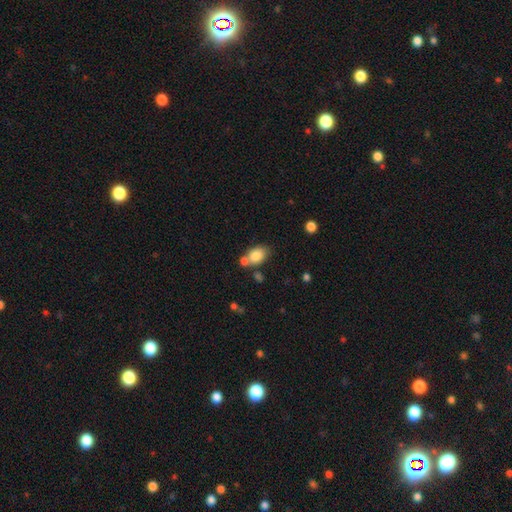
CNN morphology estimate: Smooth or featured?
  - smooth: 82% *
  - featured or disk: 10%
  - star or artifact: 8%
How rounded?
  - in between: 79% *
  - round: 20%
  - cigar-shaped: 1%
Merging?
  - none: 54% *
  - merger: 27%
  - minor disturbance: 15%
  - major disturbance: 5%